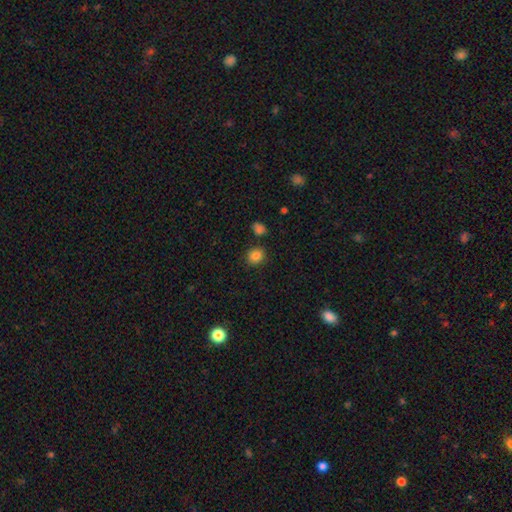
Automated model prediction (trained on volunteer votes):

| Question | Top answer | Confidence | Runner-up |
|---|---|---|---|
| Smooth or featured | smooth | 84% | star or artifact (11%) |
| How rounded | round | 78% | in between (21%) |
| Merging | none | 82% | minor disturbance (10%) |